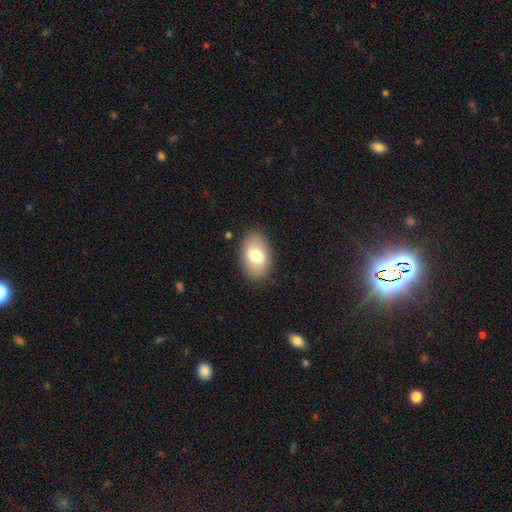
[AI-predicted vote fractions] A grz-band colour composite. It shows a smooth galaxy with no disk features (75%) that is in between round and cigar-shaped (89%). Merging: none (86%).